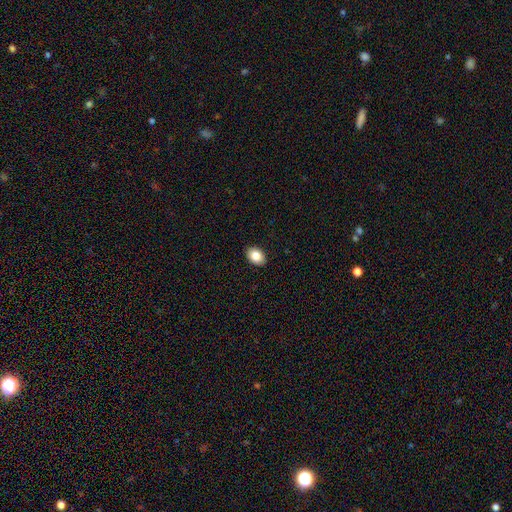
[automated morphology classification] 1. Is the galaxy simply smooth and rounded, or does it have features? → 83% smooth, 8% featured or disk, 8% star or artifact.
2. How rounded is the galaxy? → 77% in between, 22% round, 1% cigar-shaped.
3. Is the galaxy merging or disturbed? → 91% none, 7% minor disturbance, 2% major disturbance, 1% merger.